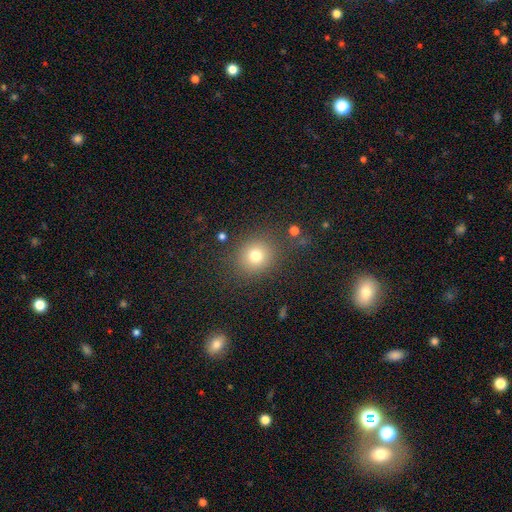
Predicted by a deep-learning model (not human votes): The model was most divided on "smooth or featured": smooth: 76%, star or artifact: 15%, featured or disk: 9%. More confident: merging — none (84%); how rounded — round (82%).